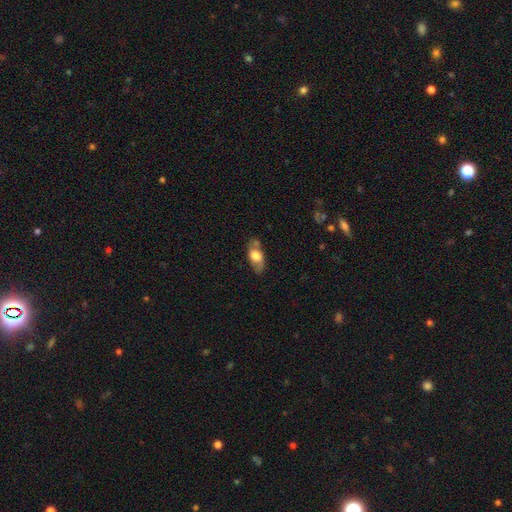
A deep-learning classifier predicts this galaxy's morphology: A smooth galaxy with no disk features (65%) that is in between round and cigar-shaped (85%). Merging: none (59%).